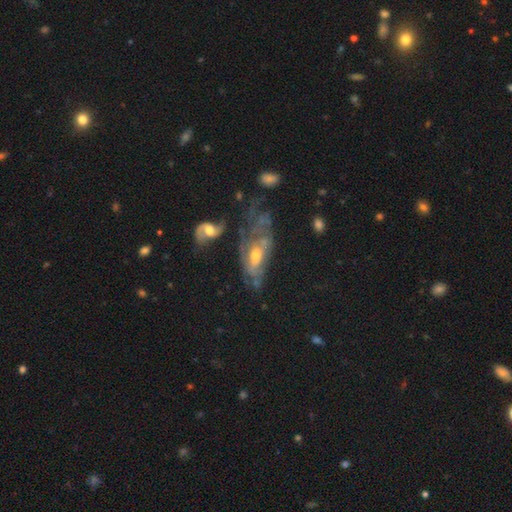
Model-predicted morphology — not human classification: Smooth or featured: featured or disk — 66% (smooth — 26%)
Edge-on disk: no — 87% (yes — 13%)
Bar: no — 62% (weak — 30%)
Spiral arms: yes — 59% (no — 41%)
Bulge size: moderate — 59% (small — 30%)
Merging: major disturbance — 29% (tied with none — 29%)